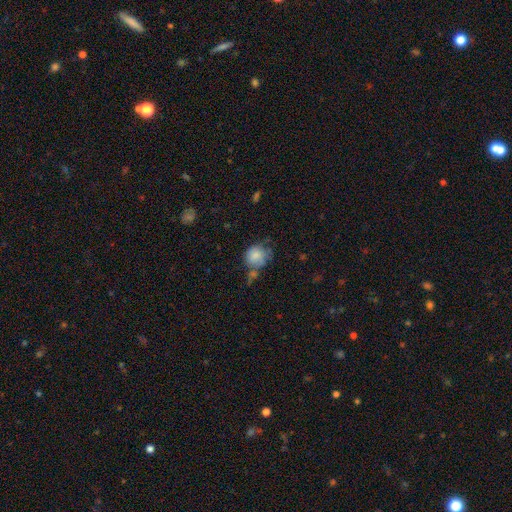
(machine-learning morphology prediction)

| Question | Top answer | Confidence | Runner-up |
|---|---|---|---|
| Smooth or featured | smooth | 80% | featured or disk (12%) |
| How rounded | round | 76% | in between (23%) |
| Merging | none | 45% | minor disturbance (28%) |